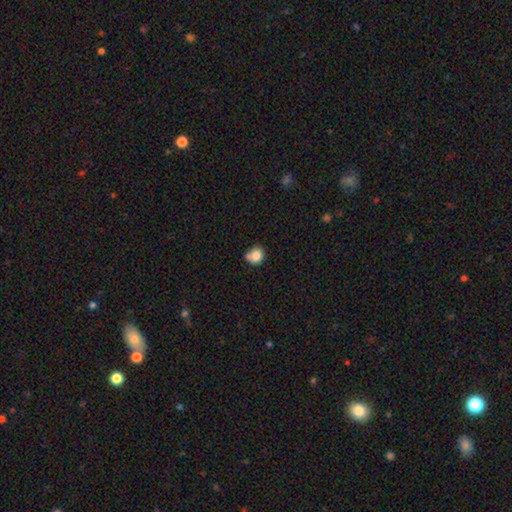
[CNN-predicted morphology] Smooth or featured? smooth (82%)
How rounded? round (78%)
Merging? none (51%)